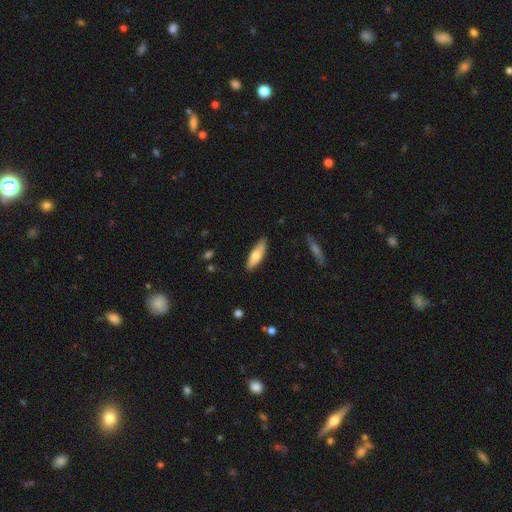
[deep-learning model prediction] Smooth or featured? Predicted: smooth (p=0.67). How rounded? Predicted: cigar-shaped (p=0.54). Merging? Predicted: none (p=0.85).